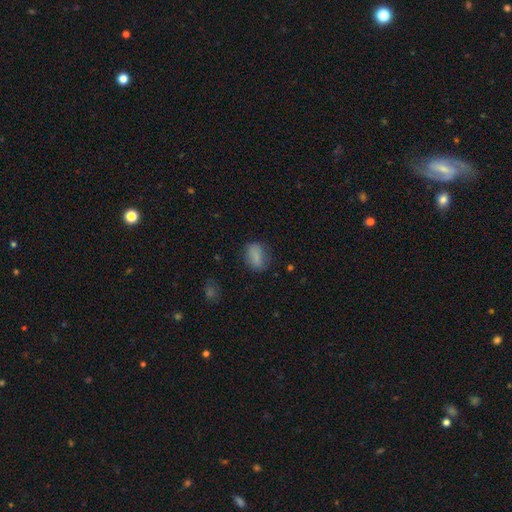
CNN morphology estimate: A smooth galaxy with no disk features (82%) that is in between round and cigar-shaped (74%).

Vote fractions:
- Smooth or featured? smooth: 82% / star or artifact: 9% / featured or disk: 9%
- How rounded? in between: 74% / round: 23% / cigar-shaped: 3%
- Merging? none: 73% / minor disturbance: 19% / major disturbance: 7% / merger: 2%